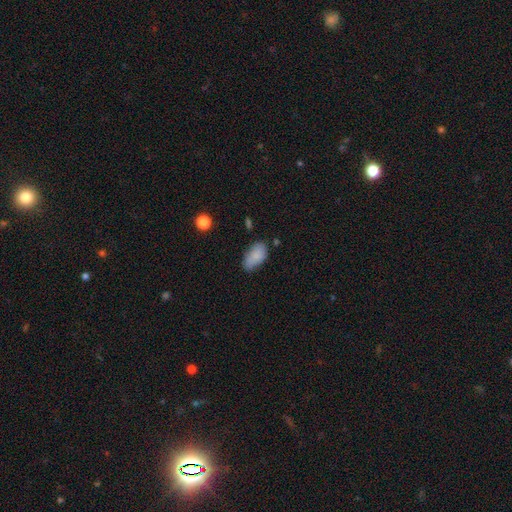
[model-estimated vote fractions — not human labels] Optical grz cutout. It shows a smooth galaxy with no disk features (83%) that is in between round and cigar-shaped (93%). Merging: none (60%).